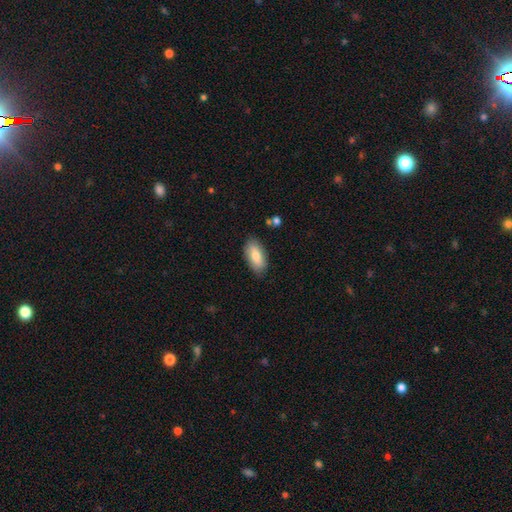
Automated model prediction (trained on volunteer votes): Overall: smooth (77%). How rounded: in between (90%). Merging: none (84%).